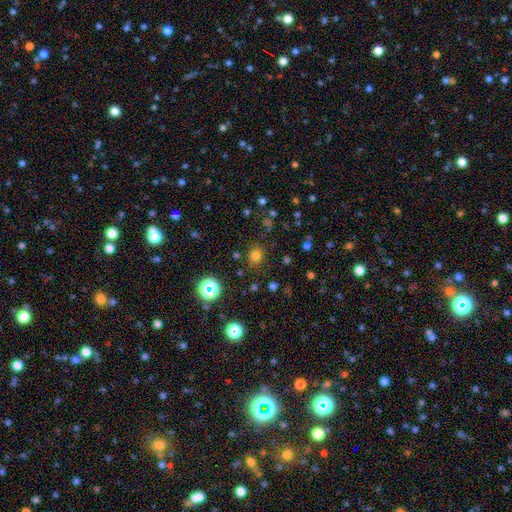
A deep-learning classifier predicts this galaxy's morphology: The model was most divided on "smooth or featured": smooth: 74%, star or artifact: 21%, featured or disk: 5%. More confident: merging — none (86%); how rounded — round (83%).